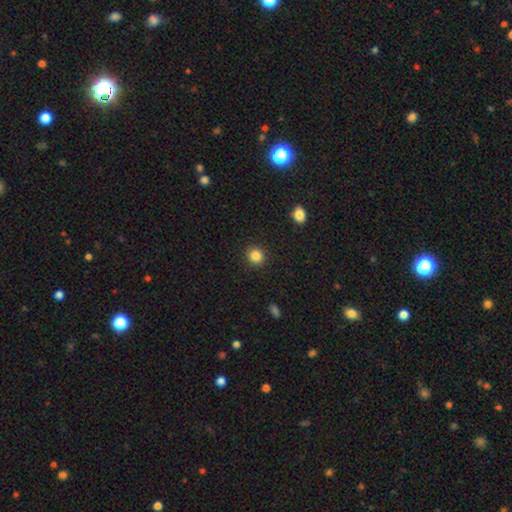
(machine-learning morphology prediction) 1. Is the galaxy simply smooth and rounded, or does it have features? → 85% smooth, 11% star or artifact, 5% featured or disk.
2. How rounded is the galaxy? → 88% round, 11% in between, 1% cigar-shaped.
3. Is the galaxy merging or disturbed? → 91% none, 6% minor disturbance, 2% major disturbance, 1% merger.